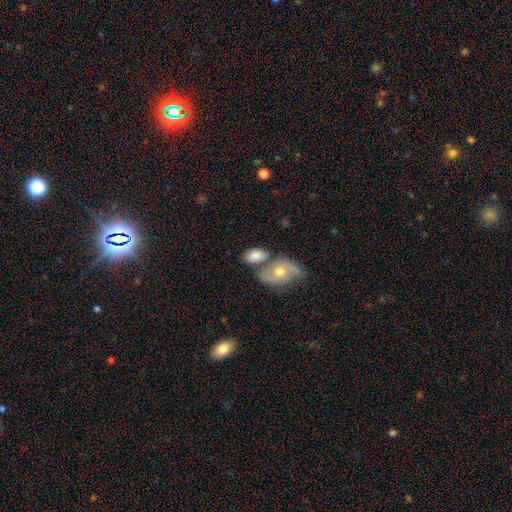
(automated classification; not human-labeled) smooth 72%, featured or disk 22%, star or artifact 7%. Down the decision tree: how rounded — in between (90%); merging — none (42%).